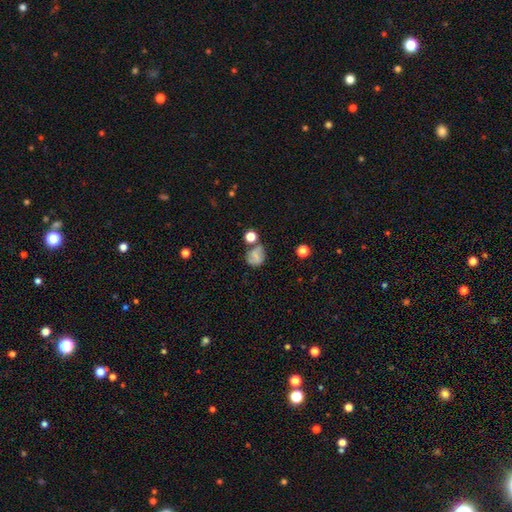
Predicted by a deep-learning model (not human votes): A smooth galaxy with no disk features (60%) that is round (72%).

Vote fractions:
- Smooth or featured? smooth: 60% / featured or disk: 26% / star or artifact: 14%
- How rounded? round: 72% / in between: 27% / cigar-shaped: 1%
- Merging? none: 56% / minor disturbance: 20% / merger: 16% / major disturbance: 9%